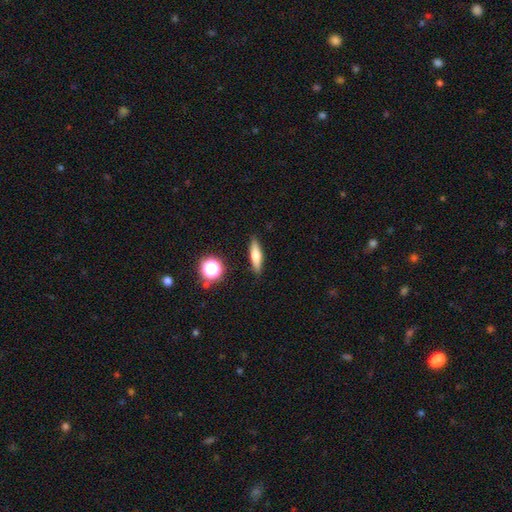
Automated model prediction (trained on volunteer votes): smooth-or-featured: smooth: 61% | featured or disk: 30% | star or artifact: 9%
  how-rounded: cigar-shaped: 66% | in between: 29% | round: 5%
  merging: none: 88% | minor disturbance: 8% | major disturbance: 2% | merger: 2%